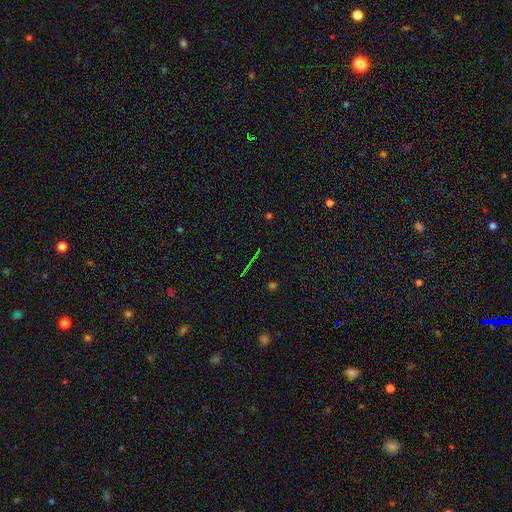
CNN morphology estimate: Q: Smooth or featured?
A: star or artifact (73%); runner-up: smooth (15%)